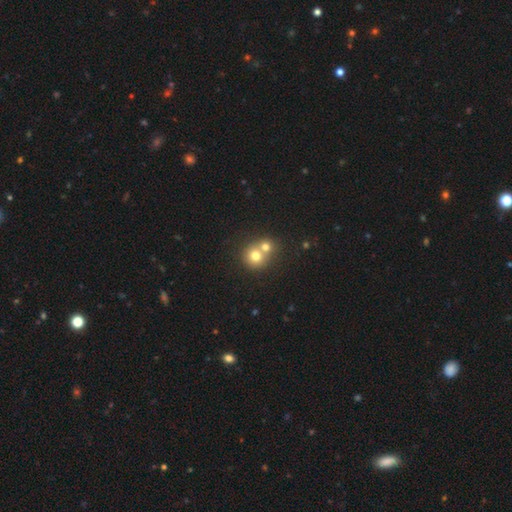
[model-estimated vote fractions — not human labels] smooth_or_featured: smooth (p=0.74) [alt: featured or disk p=0.14]
how_rounded: round (p=0.86) [alt: in between p=0.13]
merging: merger (p=0.57) [alt: none p=0.36]